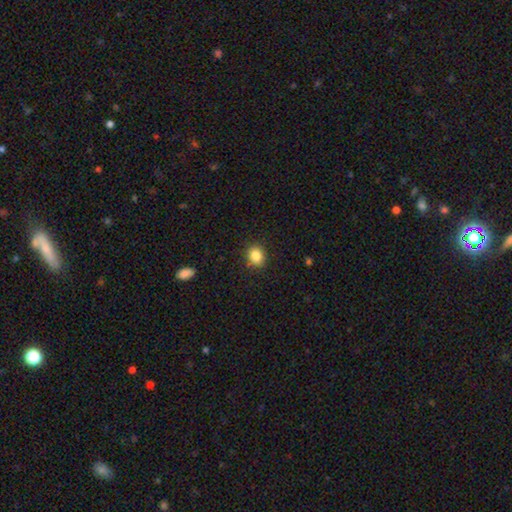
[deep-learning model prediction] Smooth or featured? Predicted: smooth (p=0.85). How rounded? Predicted: round (p=0.62). Merging? Predicted: none (p=0.86).